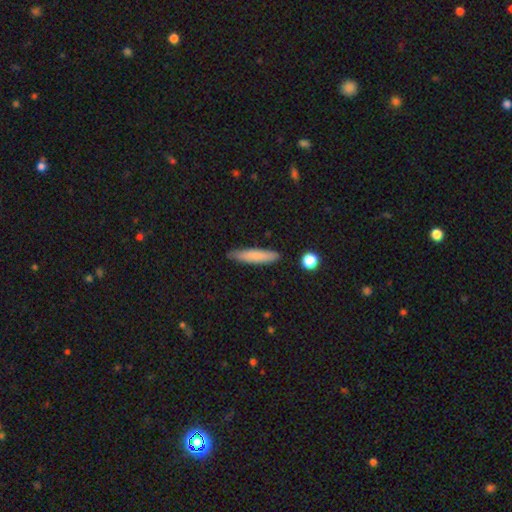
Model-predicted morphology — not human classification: This appears to be a smooth galaxy with no disk features (80%) that is cigar-shaped (86%). Merging: none (84%).